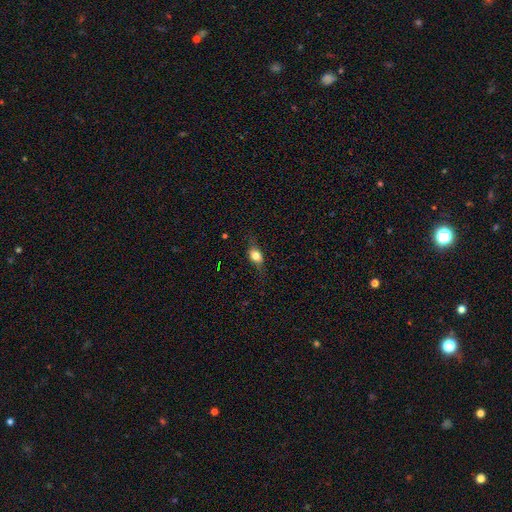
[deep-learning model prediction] A smooth galaxy with no disk features (72%) that is in between round and cigar-shaped (69%).

Vote fractions:
- Smooth or featured? smooth: 72% / featured or disk: 18% / star or artifact: 9%
- How rounded? in between: 69% / round: 23% / cigar-shaped: 7%
- Merging? none: 74% / minor disturbance: 19% / major disturbance: 6% / merger: 1%